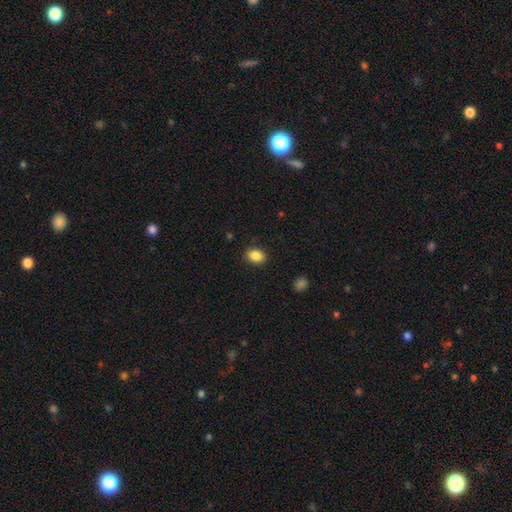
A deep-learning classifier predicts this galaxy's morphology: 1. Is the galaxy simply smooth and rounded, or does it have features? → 87% smooth, 9% star or artifact, 4% featured or disk.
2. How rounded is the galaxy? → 70% in between, 29% round, 1% cigar-shaped.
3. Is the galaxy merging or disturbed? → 86% none, 10% minor disturbance, 2% major disturbance, 1% merger.